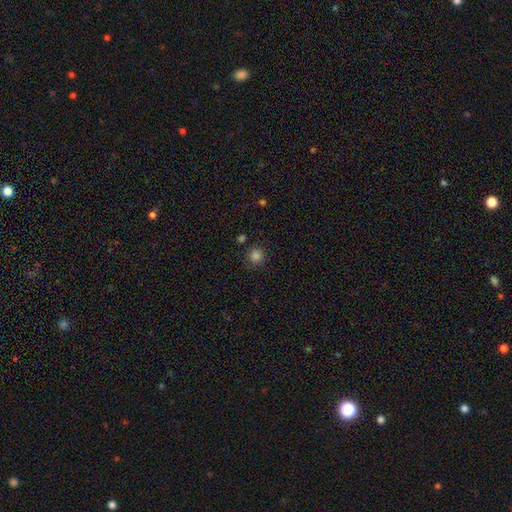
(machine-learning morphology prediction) A smooth galaxy with no disk features (83%) that is round (93%). Merging: none (86%).